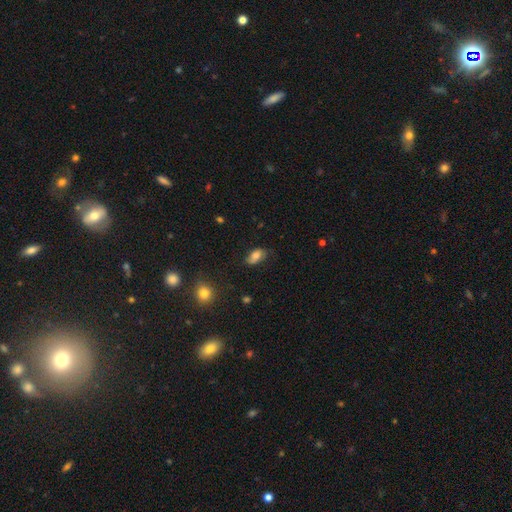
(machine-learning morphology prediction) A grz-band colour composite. It shows a smooth galaxy with no disk features (73%) that is in between round and cigar-shaped (90%). Merging: none (64%).